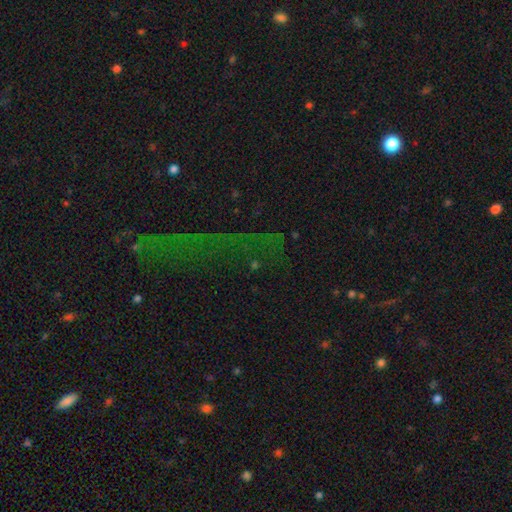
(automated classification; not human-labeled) Smooth or featured?
  - star or artifact: 75% *
  - smooth: 14%
  - featured or disk: 11%